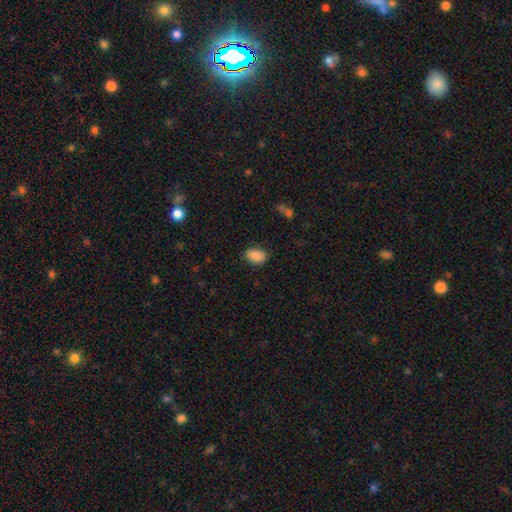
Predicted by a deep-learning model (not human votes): Smooth or featured? smooth (87%)
How rounded? in between (84%)
Merging? none (81%)